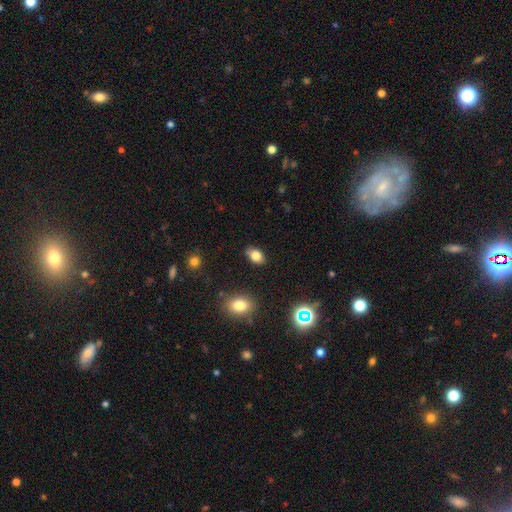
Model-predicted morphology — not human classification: Smooth or featured? smooth (80%)
How rounded? in between (83%)
Merging? none (82%)